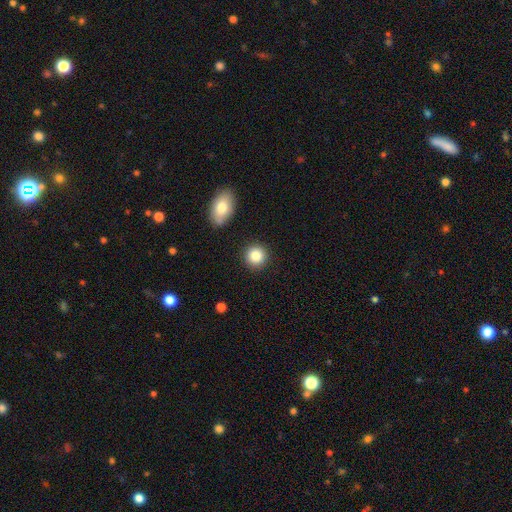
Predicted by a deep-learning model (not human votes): This is clearly a smooth galaxy (84%). How rounded: clearly round (92%). Merging: clearly none (89%).